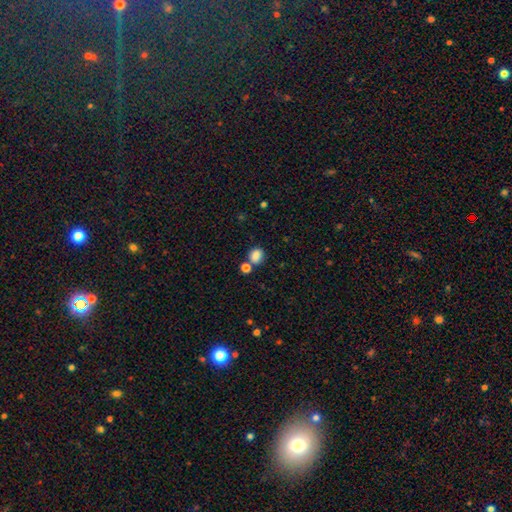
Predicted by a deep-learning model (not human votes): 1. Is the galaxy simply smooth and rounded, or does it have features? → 84% smooth, 11% star or artifact, 5% featured or disk.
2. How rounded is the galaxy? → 58% round, 41% in between, 1% cigar-shaped.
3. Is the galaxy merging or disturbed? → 64% none, 20% merger, 12% minor disturbance, 4% major disturbance.